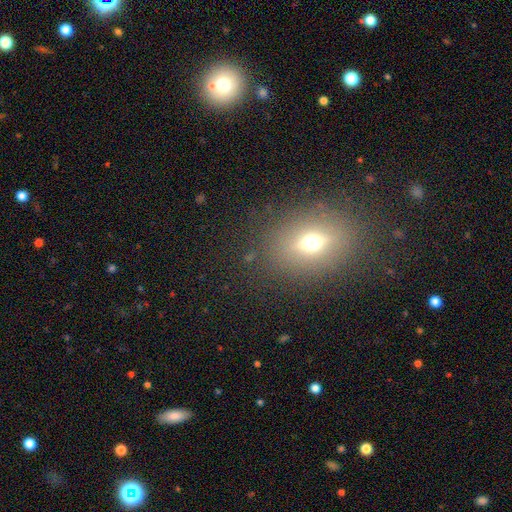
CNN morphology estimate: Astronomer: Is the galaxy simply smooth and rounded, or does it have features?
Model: smooth — 61%.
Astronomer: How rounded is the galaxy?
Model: in between — 66%.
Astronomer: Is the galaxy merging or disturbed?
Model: none — 86%.